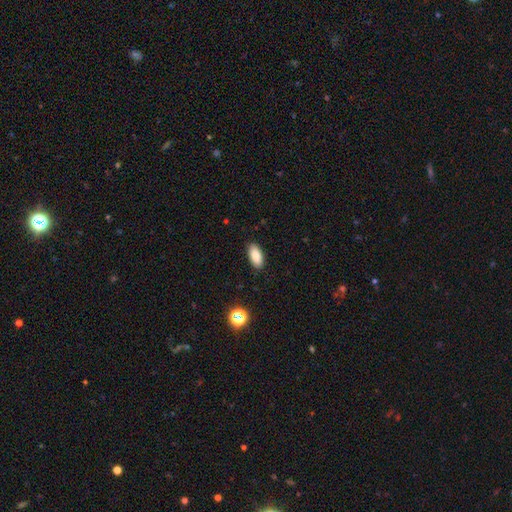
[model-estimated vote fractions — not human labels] smooth_or_featured: smooth (p=0.87) [alt: star or artifact p=0.08]
how_rounded: in between (p=0.90) [alt: cigar-shaped p=0.07]
merging: none (p=0.88) [alt: minor disturbance p=0.08]